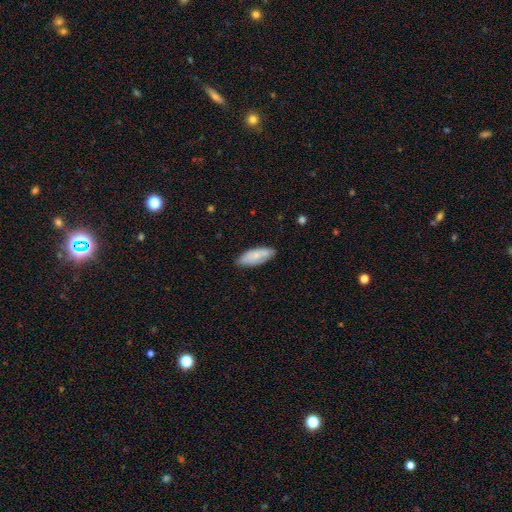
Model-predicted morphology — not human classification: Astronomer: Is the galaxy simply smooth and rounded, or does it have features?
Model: smooth — 73%.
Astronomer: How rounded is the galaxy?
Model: in between — 75%.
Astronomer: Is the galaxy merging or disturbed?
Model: none — 79%.